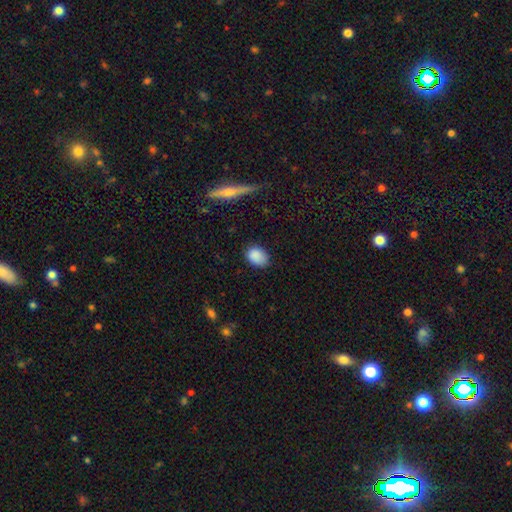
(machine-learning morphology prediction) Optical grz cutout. It shows a smooth galaxy with no disk features (87%) that is in between round and cigar-shaped (66%). Merging: none (76%).